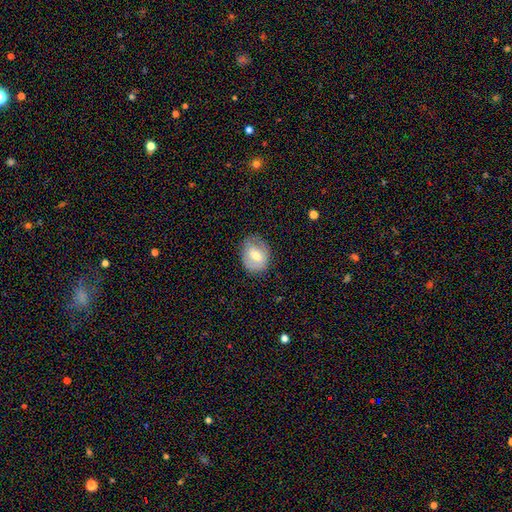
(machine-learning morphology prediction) Smooth or featured? Predicted: smooth (p=0.53). How rounded? Predicted: in between (p=0.50). Merging? Predicted: none (p=0.73).